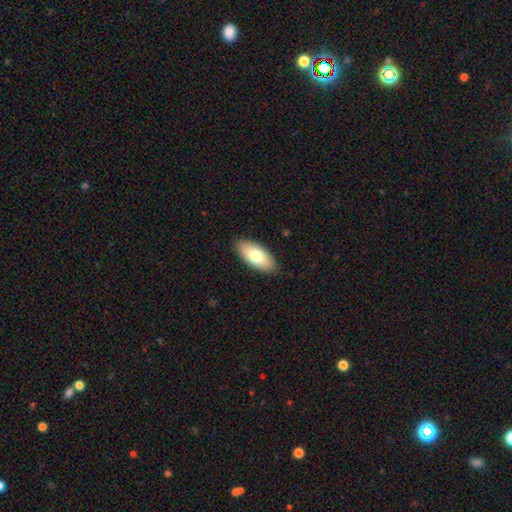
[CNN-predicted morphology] smooth-or-featured: smooth: 74% | featured or disk: 20% | star or artifact: 6%
  how-rounded: in between: 88% | cigar-shaped: 9% | round: 2%
  merging: none: 88% | minor disturbance: 9% | major disturbance: 2% | merger: 1%